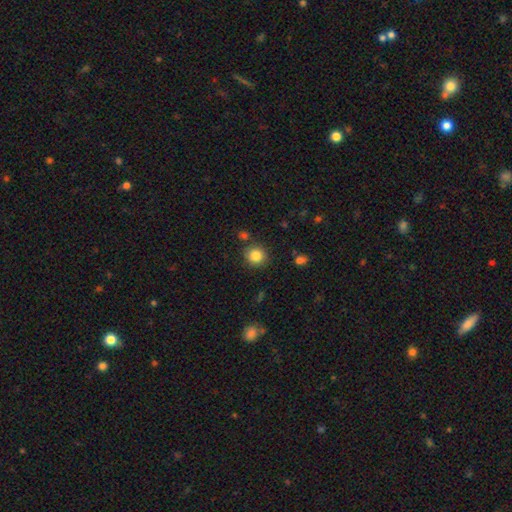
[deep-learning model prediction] Q: Smooth or featured?
A: smooth (84%); runner-up: star or artifact (10%)
Q: How rounded?
A: round (88%); runner-up: in between (11%)
Q: Merging?
A: none (84%); runner-up: minor disturbance (9%)